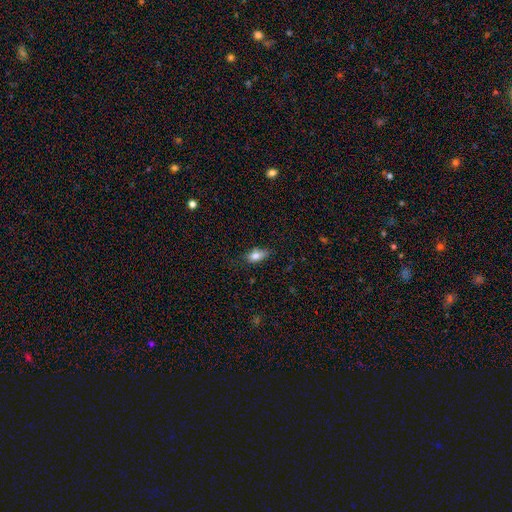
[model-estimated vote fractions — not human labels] Q: Smooth or featured?
A: smooth (79%); runner-up: featured or disk (12%)
Q: How rounded?
A: in between (83%); runner-up: cigar-shaped (9%)
Q: Merging?
A: none (64%); runner-up: minor disturbance (27%)